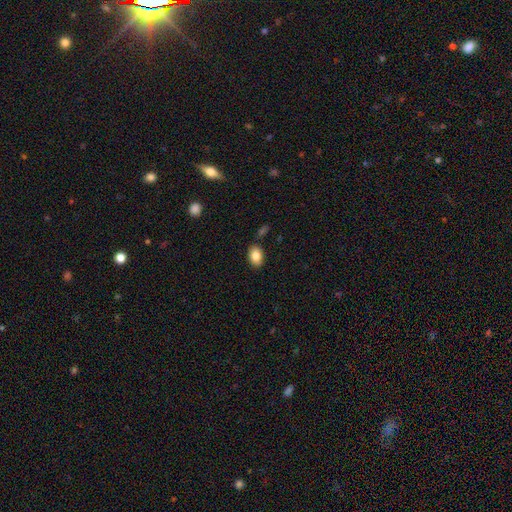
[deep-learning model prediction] Morphology: type=smooth (85%); roundness=in between (86%); merging=none (84%).